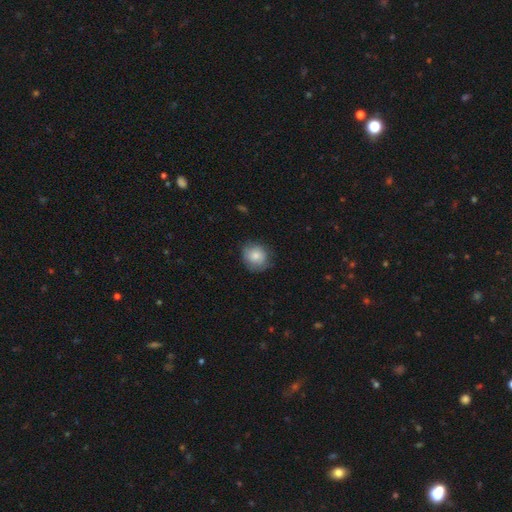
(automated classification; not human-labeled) smooth_or_featured: smooth (p=0.78) [alt: featured or disk p=0.14]
how_rounded: round (p=0.78) [alt: in between p=0.21]
merging: none (p=0.72) [alt: minor disturbance p=0.22]